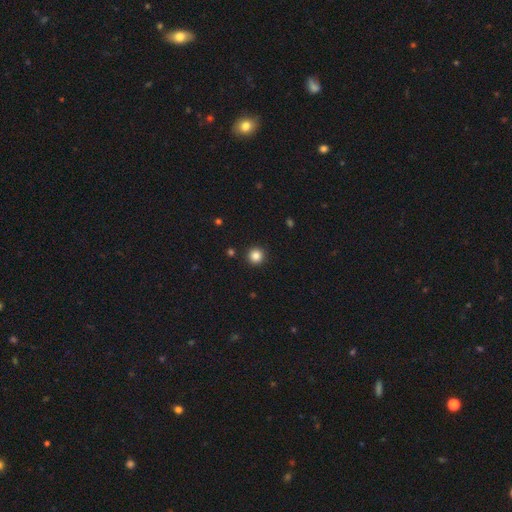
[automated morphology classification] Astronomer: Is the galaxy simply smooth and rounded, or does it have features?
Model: smooth — 85%.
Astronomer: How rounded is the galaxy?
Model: round — 96%.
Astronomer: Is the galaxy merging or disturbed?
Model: none — 93%.